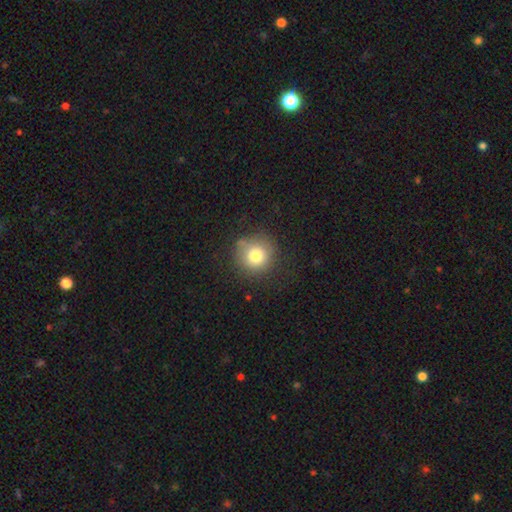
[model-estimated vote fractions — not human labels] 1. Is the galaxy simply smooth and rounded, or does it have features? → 77% smooth, 13% star or artifact, 11% featured or disk.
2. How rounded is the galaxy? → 93% round, 6% in between, 1% cigar-shaped.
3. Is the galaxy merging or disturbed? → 75% none, 16% minor disturbance, 6% major disturbance, 3% merger.